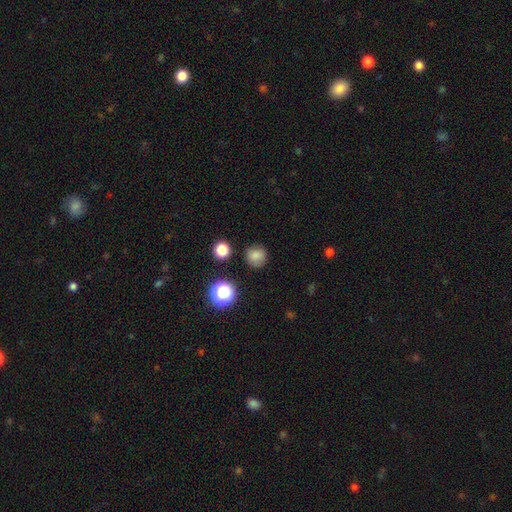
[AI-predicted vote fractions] Smooth or featured: smooth — 80% (star or artifact — 14%)
How rounded: round — 89% (in between — 10%)
Merging: none — 84% (minor disturbance — 11%)